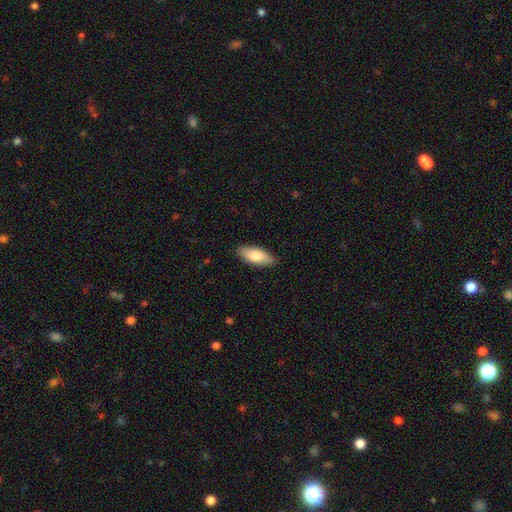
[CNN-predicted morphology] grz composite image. It shows a smooth galaxy with no disk features (80%) that is in between round and cigar-shaped (78%). Merging: none (86%).